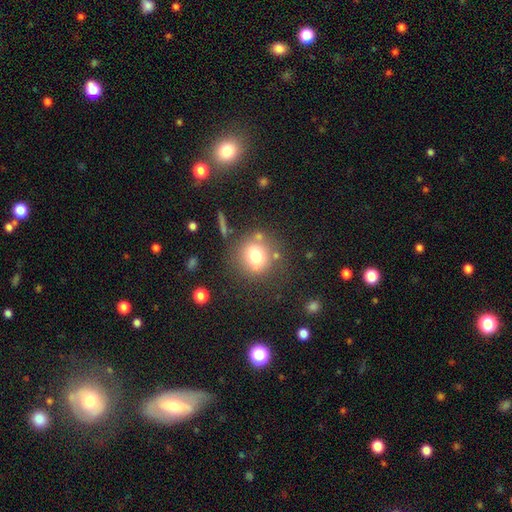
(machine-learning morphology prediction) smooth-or-featured: smooth: 74% | featured or disk: 13% | star or artifact: 13%
  how-rounded: round: 85% | in between: 14% | cigar-shaped: 1%
  merging: none: 72% | minor disturbance: 13% | merger: 8% | major disturbance: 6%